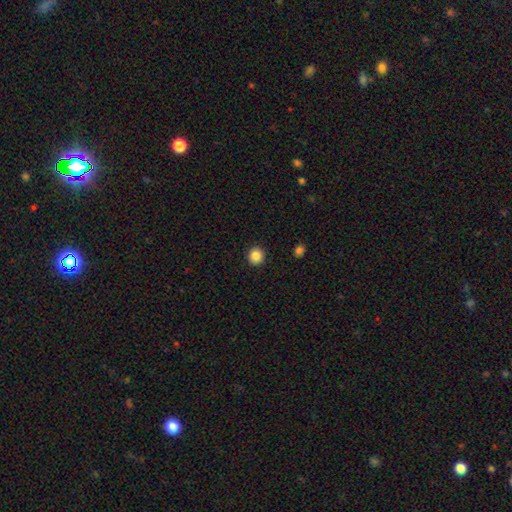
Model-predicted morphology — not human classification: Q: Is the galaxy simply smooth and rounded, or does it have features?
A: smooth — 86%.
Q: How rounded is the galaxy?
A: round — 93%.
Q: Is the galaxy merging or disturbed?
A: none — 93%.